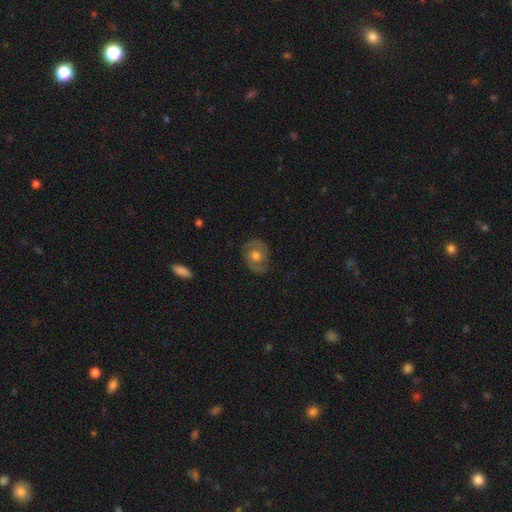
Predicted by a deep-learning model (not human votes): featured or disk 66%, smooth 27%, star or artifact 7%. Down the decision tree: edge-on disk — no (96%); bar — no (73%); spiral arms — yes (76%); bulge size — moderate (70%); merging — none (80%).